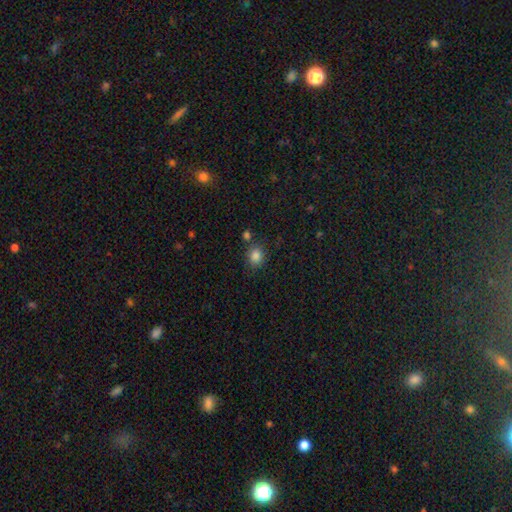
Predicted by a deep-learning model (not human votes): Overall: smooth (85%). How rounded: round (67%; in between 32%). Merging: none (76%).